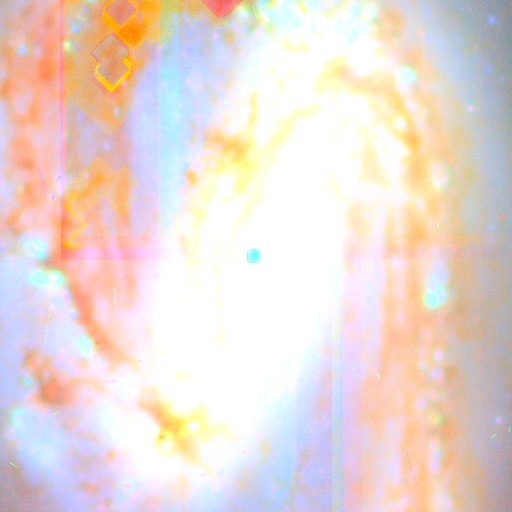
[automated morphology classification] type=featured or disk (49%); merging=none (75%).